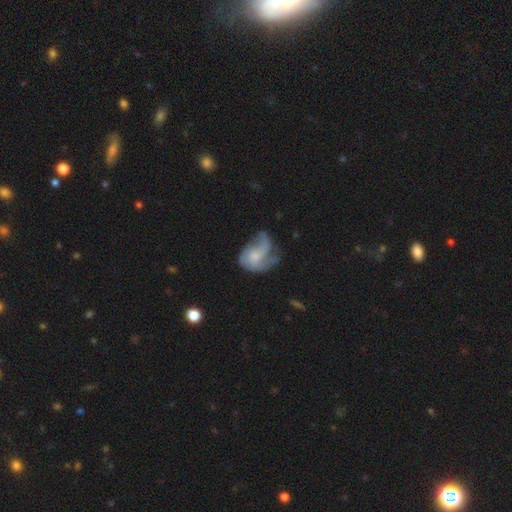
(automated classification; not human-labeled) Smooth or featured? Predicted: featured or disk (p=0.62). Edge-on disk? Predicted: no (p=0.98). Bar? Predicted: no (p=0.73). Spiral arms? Predicted: yes (p=0.76). Bulge size? Predicted: small (p=0.45). Merging? Predicted: major disturbance (p=0.38).